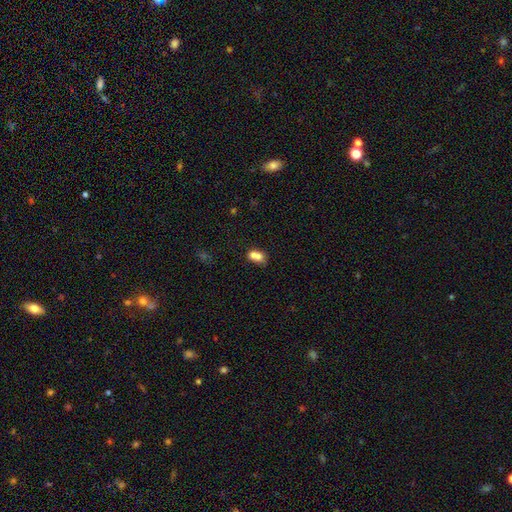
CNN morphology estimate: Smooth or featured? Predicted: smooth (p=0.74). How rounded? Predicted: in between (p=0.61). Merging? Predicted: merger (p=0.63).